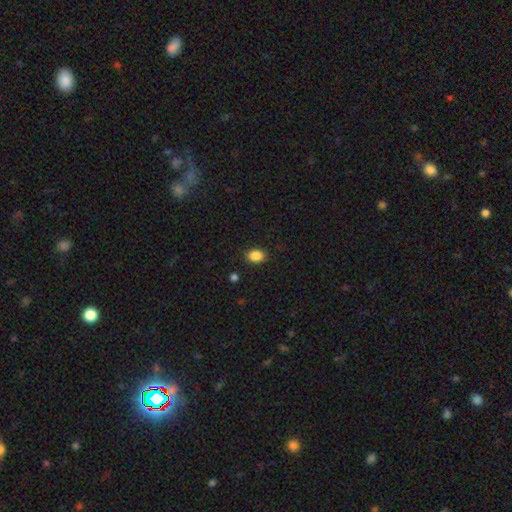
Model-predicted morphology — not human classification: smooth-or-featured: smooth: 87% | star or artifact: 9% | featured or disk: 3%
  how-rounded: in between: 65% | round: 34% | cigar-shaped: 1%
  merging: none: 87% | minor disturbance: 9% | major disturbance: 2% | merger: 1%